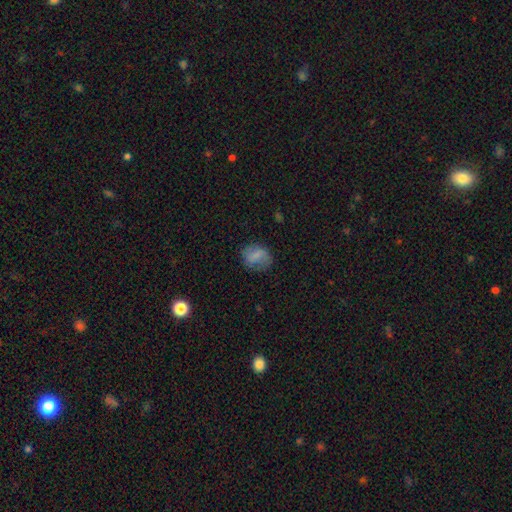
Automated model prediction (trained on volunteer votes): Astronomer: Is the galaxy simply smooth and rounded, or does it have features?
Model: smooth — 69%.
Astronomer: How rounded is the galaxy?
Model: round — 50% (runner-up: in between, 49%).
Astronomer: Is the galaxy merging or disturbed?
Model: none — 64%.